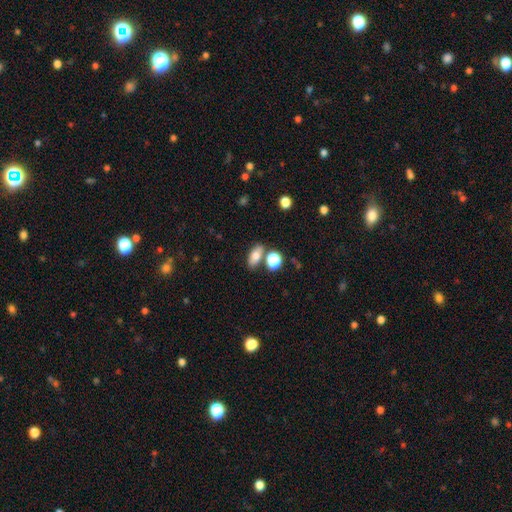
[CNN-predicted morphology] smooth_or_featured: smooth (p=0.73) [alt: featured or disk p=0.15]
how_rounded: in between (p=0.80) [alt: round p=0.13]
merging: none (p=0.69) [alt: merger p=0.15]